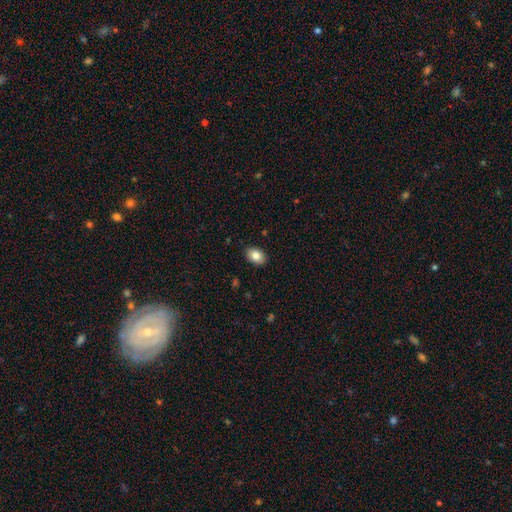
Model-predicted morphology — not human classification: Q: Smooth or featured?
A: smooth (84%); runner-up: featured or disk (8%)
Q: How rounded?
A: in between (80%); runner-up: round (19%)
Q: Merging?
A: none (89%); runner-up: minor disturbance (8%)